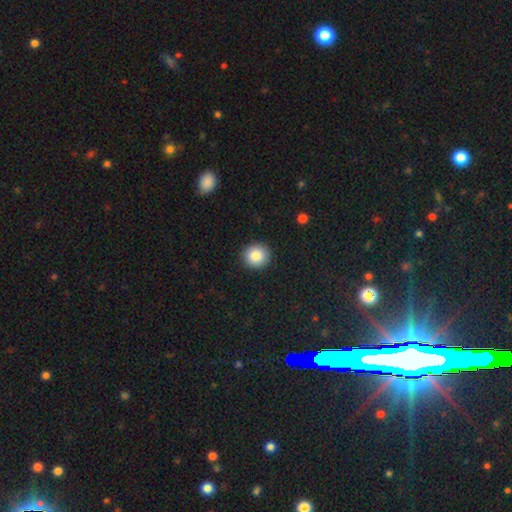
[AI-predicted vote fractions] Q: Smooth or featured?
A: smooth (87%); runner-up: star or artifact (9%)
Q: How rounded?
A: round (91%); runner-up: in between (8%)
Q: Merging?
A: none (91%); runner-up: minor disturbance (6%)